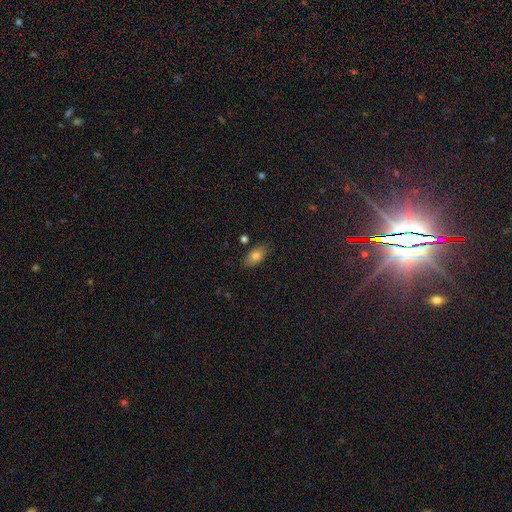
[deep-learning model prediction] smooth-or-featured: smooth: 78% | featured or disk: 14% | star or artifact: 9%
  how-rounded: in between: 89% | cigar-shaped: 6% | round: 5%
  merging: none: 82% | minor disturbance: 13% | merger: 3% | major disturbance: 3%